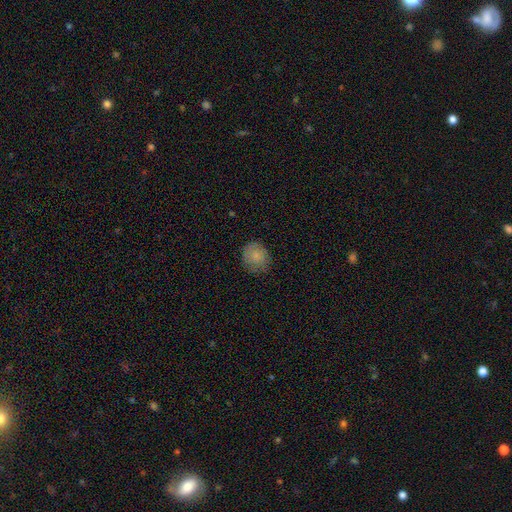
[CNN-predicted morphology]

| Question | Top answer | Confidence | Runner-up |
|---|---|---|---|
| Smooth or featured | smooth | 82% | featured or disk (10%) |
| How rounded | round | 80% | in between (19%) |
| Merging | none | 80% | minor disturbance (16%) |